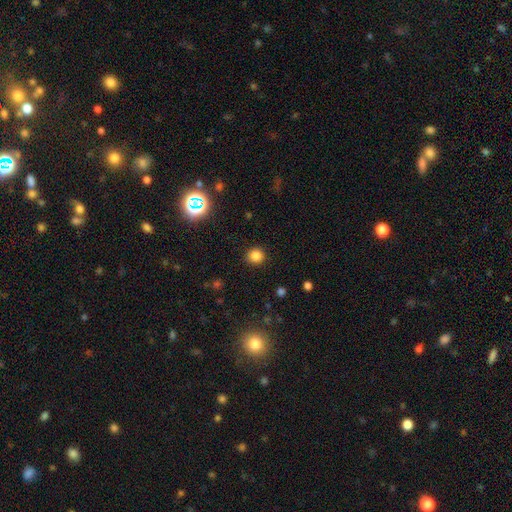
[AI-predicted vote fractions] Overall: smooth (82%). How rounded: round (88%). Merging: none (90%).